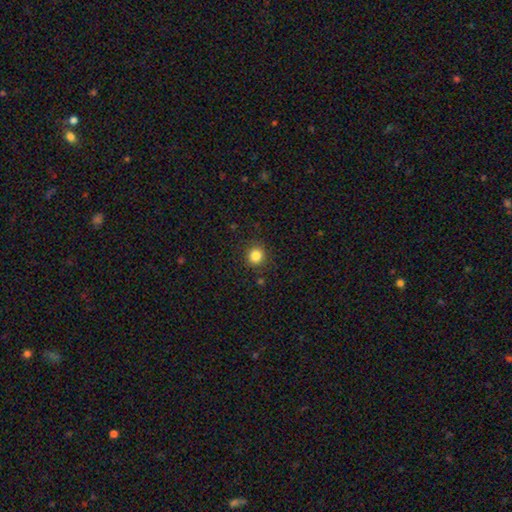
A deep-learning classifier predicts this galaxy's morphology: Q: Smooth or featured?
A: smooth (84%); runner-up: star or artifact (12%)
Q: How rounded?
A: round (90%); runner-up: in between (10%)
Q: Merging?
A: none (90%); runner-up: minor disturbance (6%)